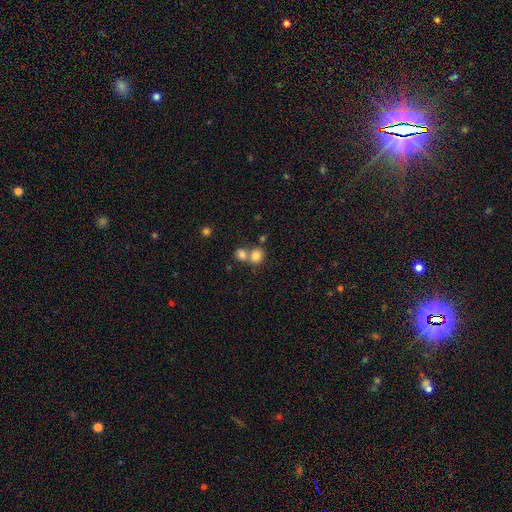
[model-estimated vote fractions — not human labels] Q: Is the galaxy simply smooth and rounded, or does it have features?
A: smooth — 80%.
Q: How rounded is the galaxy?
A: round — 74%.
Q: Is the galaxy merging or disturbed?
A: merger — 48%.